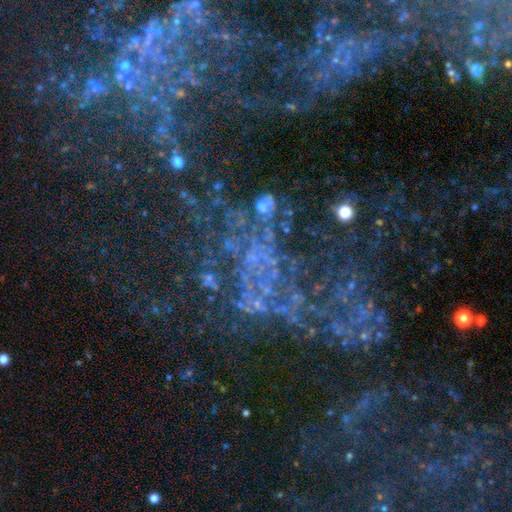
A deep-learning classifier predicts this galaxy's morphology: Smooth or featured?
  - featured or disk: 50% *
  - star or artifact: 35%
  - smooth: 15%
Merging?
  - none: 45% *
  - major disturbance: 28%
  - minor disturbance: 18%
  - merger: 9%